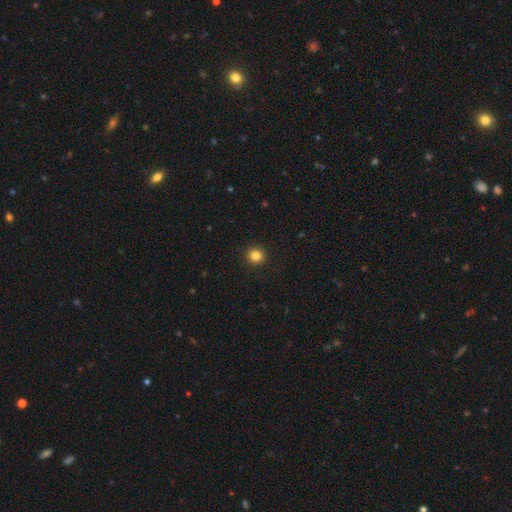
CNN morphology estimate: The model was most divided on "smooth or featured": smooth: 84%, star or artifact: 11%, featured or disk: 5%. More confident: merging — none (93%); how rounded — round (93%).